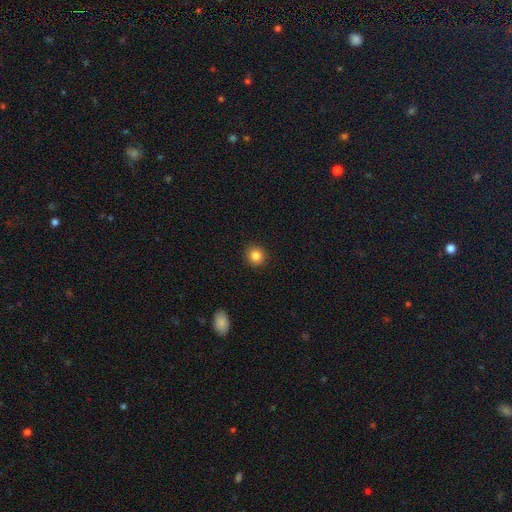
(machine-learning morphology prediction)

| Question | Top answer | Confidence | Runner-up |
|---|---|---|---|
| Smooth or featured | smooth | 84% | star or artifact (10%) |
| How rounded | round | 92% | in between (7%) |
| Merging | none | 92% | minor disturbance (5%) |